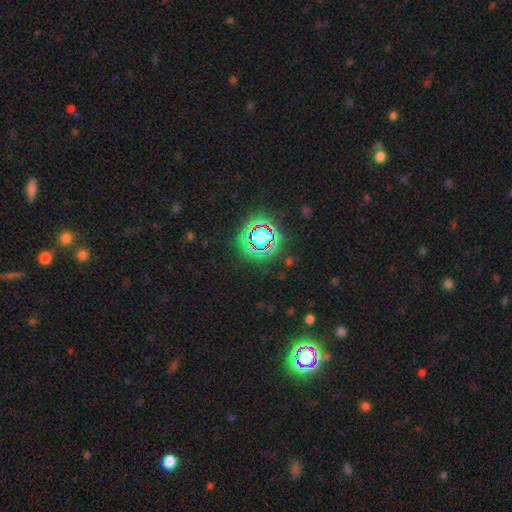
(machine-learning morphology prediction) smooth_or_featured: star or artifact (p=0.80) [alt: smooth p=0.13]